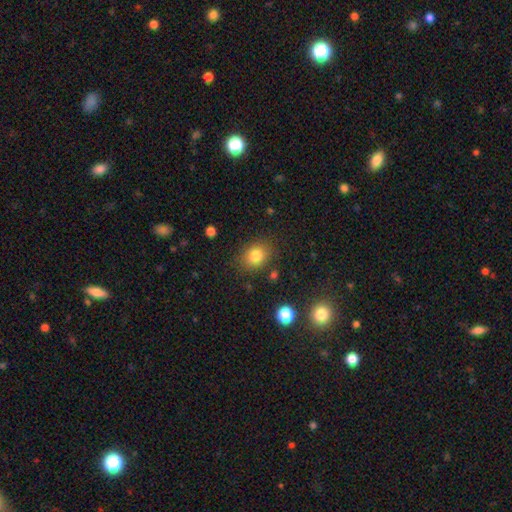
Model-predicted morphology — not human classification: This appears to be a smooth galaxy with no disk features (81%) that is round (51%). Merging: none (82%).